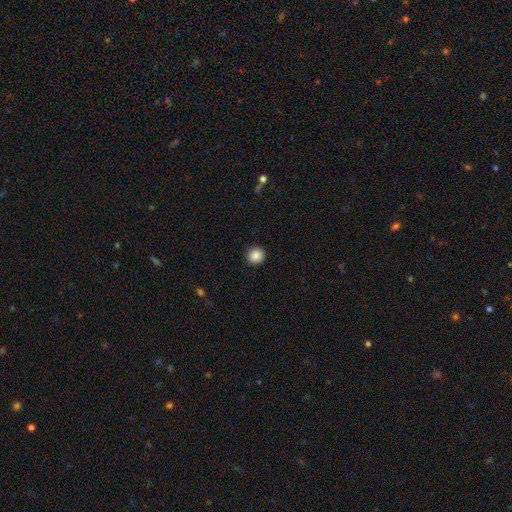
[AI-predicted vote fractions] Smooth or featured? smooth (87%)
How rounded? round (94%)
Merging? none (92%)